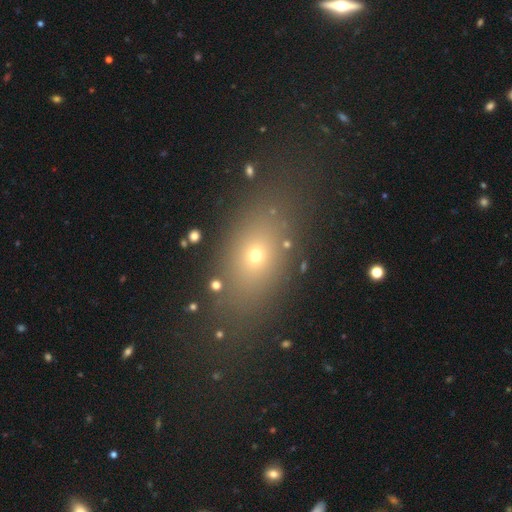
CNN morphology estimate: A smooth galaxy with no disk features (65%) that is in between round and cigar-shaped (72%). Merging: none (78%).